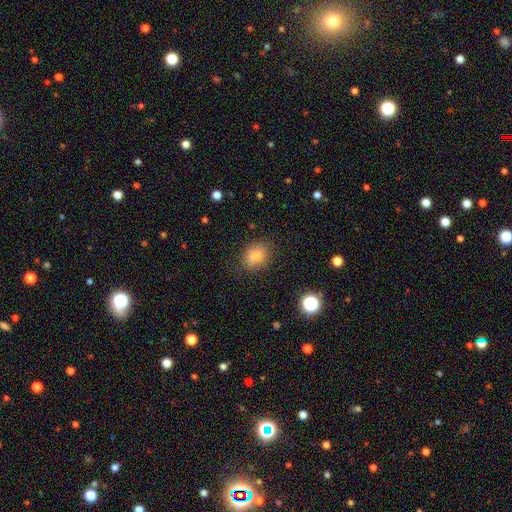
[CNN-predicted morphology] Smooth or featured? Predicted: smooth (p=0.78). How rounded? Predicted: round (p=0.52). Merging? Predicted: none (p=0.79).